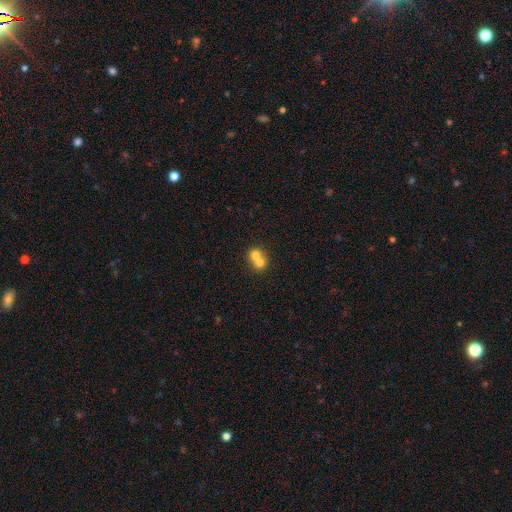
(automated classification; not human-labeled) smooth_or_featured: smooth (p=0.70) [alt: featured or disk p=0.19]
how_rounded: round (p=0.80) [alt: in between p=0.19]
merging: merger (p=0.68) [alt: none p=0.26]